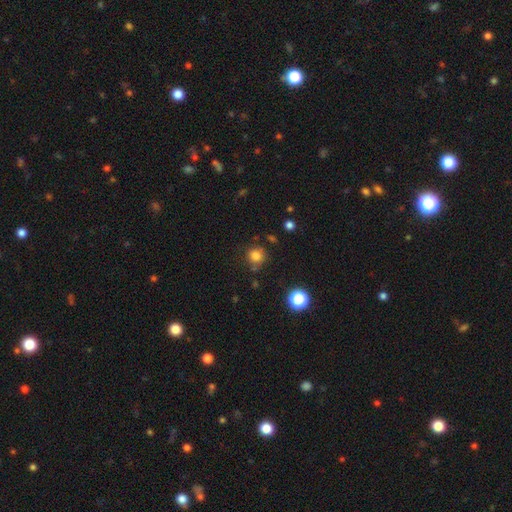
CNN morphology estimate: Smooth or featured? smooth (80%)
How rounded? round (90%)
Merging? none (77%)